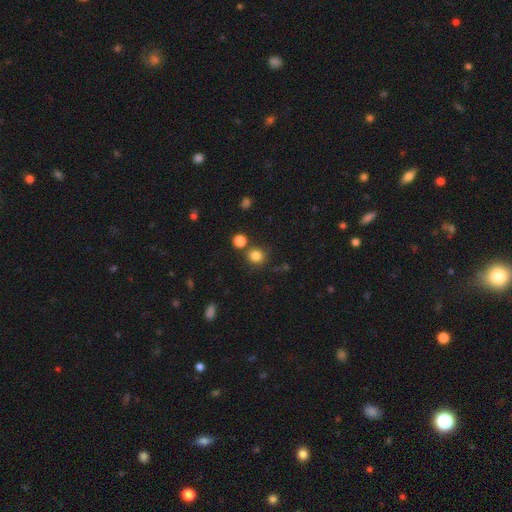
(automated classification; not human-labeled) smooth_or_featured: smooth (p=0.82) [alt: star or artifact p=0.13]
how_rounded: round (p=0.85) [alt: in between p=0.14]
merging: none (p=0.75) [alt: merger p=0.12]